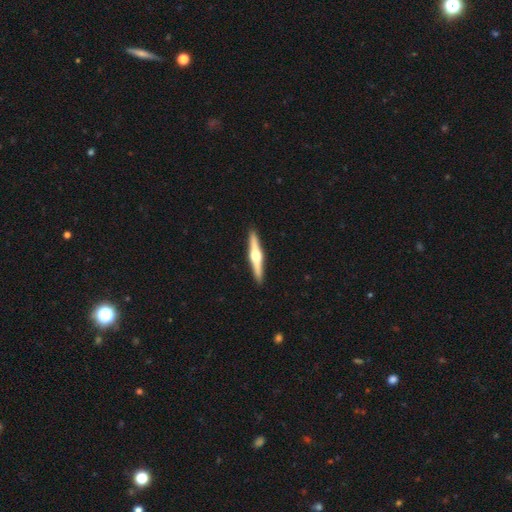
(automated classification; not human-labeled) This is likely a featured or disk galaxy (75%). It is clearly viewed edge-on (98%). Edge-on bulge: clearly rounded (95%). Merging: clearly none (93%).